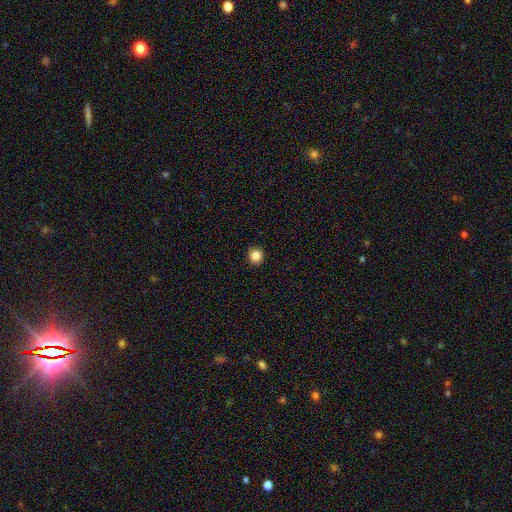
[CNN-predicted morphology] smooth 86%, star or artifact 11%, featured or disk 4%. Down the decision tree: how rounded — round (94%); merging — none (93%).